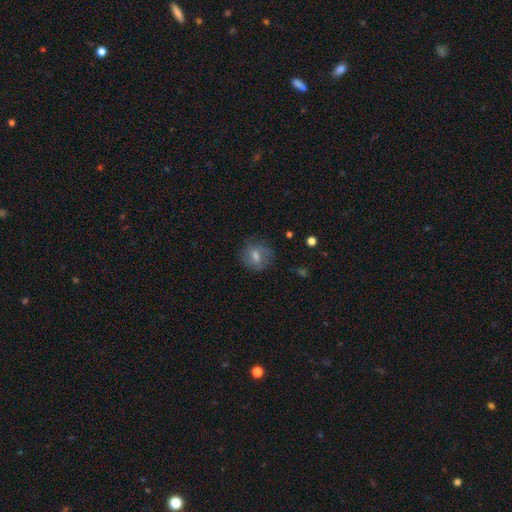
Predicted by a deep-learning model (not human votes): smooth 57%, featured or disk 29%, star or artifact 14%. Down the decision tree: how rounded — round (75%); merging — none (76%).